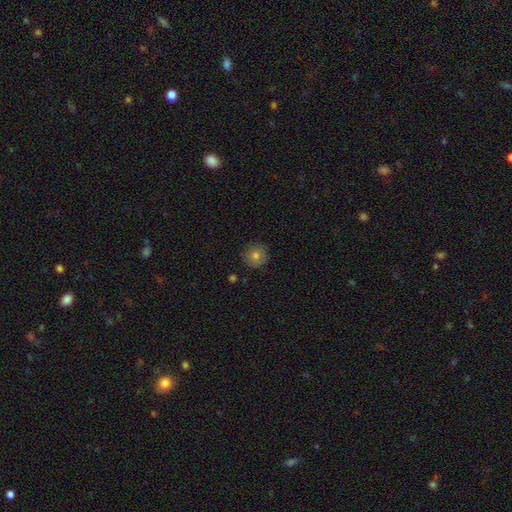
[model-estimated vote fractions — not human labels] The model was most divided on "smooth or featured": smooth: 78%, star or artifact: 12%, featured or disk: 10%. More confident: how rounded — round (93%); merging — none (88%).